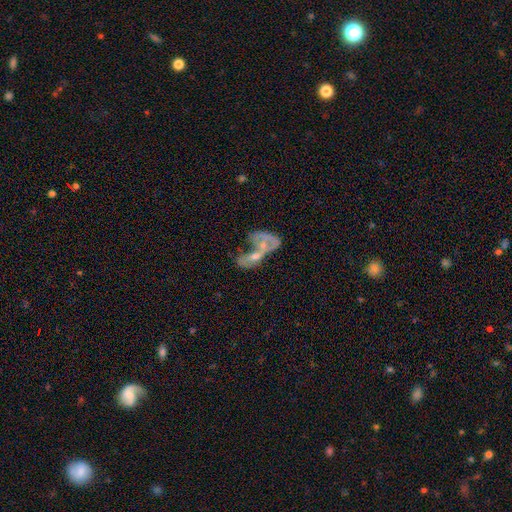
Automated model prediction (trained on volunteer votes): smooth-or-featured: featured or disk: 61% | smooth: 27% | star or artifact: 12%
  disk-edge-on: no: 94% | yes: 6%
    bar: no: 77% | weak: 18% | strong: 5%
    has-spiral-arms: no: 53% | yes: 47%
    bulge-size: small: 43% | moderate: 38% | none: 14% | large: 3% | dominant: 2%
  merging: merger: 66% | major disturbance: 14% | none: 13% | minor disturbance: 7%